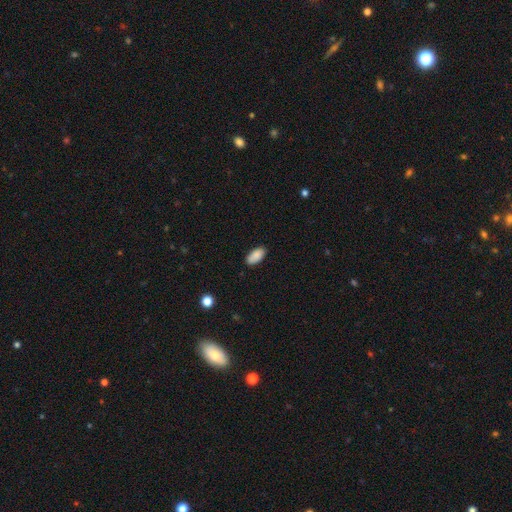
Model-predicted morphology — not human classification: smooth_or_featured: smooth (p=0.88) [alt: star or artifact p=0.07]
how_rounded: in between (p=0.93) [alt: cigar-shaped p=0.05]
merging: none (p=0.84) [alt: minor disturbance p=0.13]